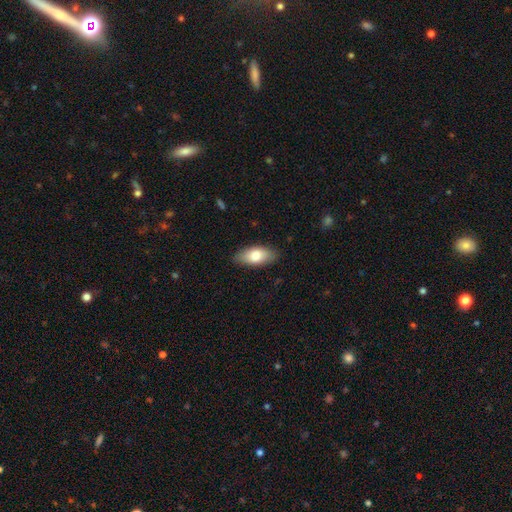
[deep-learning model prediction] Q: Smooth or featured?
A: smooth (78%); runner-up: featured or disk (16%)
Q: How rounded?
A: in between (88%); runner-up: cigar-shaped (9%)
Q: Merging?
A: none (86%); runner-up: minor disturbance (11%)